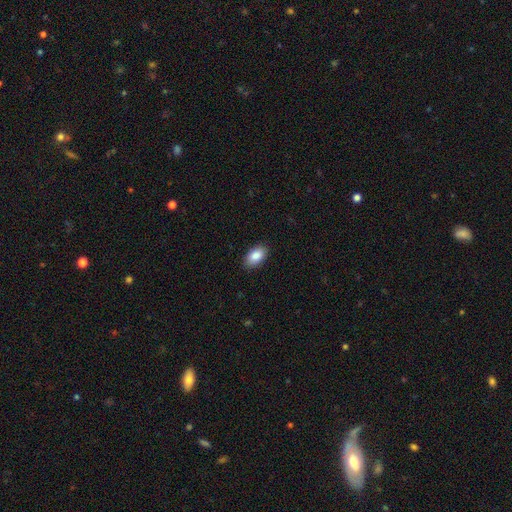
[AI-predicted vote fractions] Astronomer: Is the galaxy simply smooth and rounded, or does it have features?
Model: smooth — 87%.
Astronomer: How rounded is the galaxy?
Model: in between — 94%.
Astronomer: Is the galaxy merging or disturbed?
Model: none — 89%.